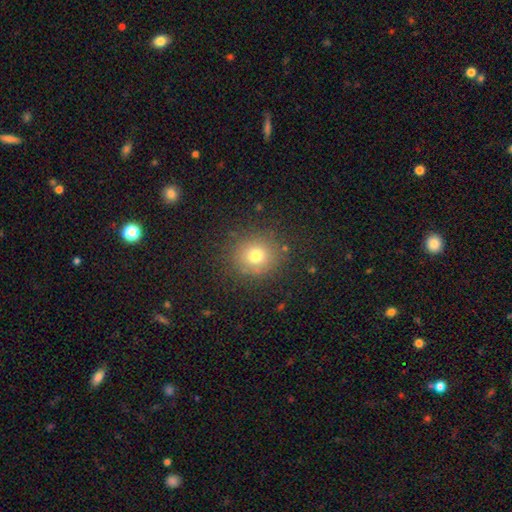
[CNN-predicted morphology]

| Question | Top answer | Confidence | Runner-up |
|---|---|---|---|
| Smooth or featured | smooth | 74% | star or artifact (16%) |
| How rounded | round | 87% | in between (12%) |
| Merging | none | 84% | minor disturbance (10%) |